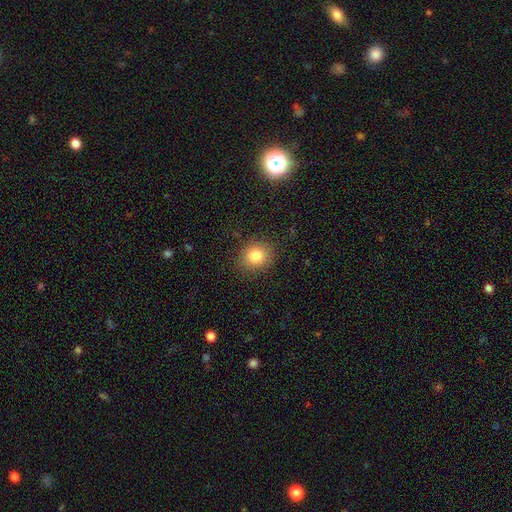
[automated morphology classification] This appears to be a smooth galaxy with no disk features (83%) that is round (70%). Merging: none (86%).